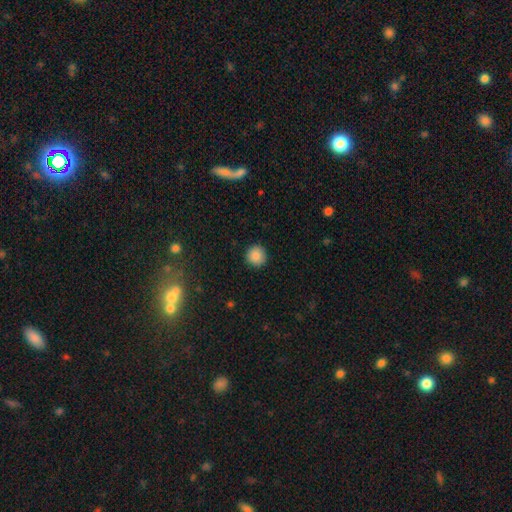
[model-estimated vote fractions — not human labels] Morphology: type=smooth (87%); roundness=round (95%); merging=none (92%).